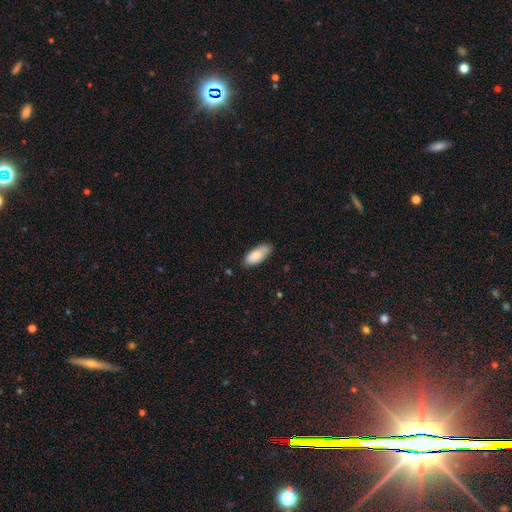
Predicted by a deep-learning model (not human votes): Smooth or featured: smooth — 83% (featured or disk — 10%)
How rounded: in between — 83% (cigar-shaped — 15%)
Merging: none — 76% (minor disturbance — 20%)